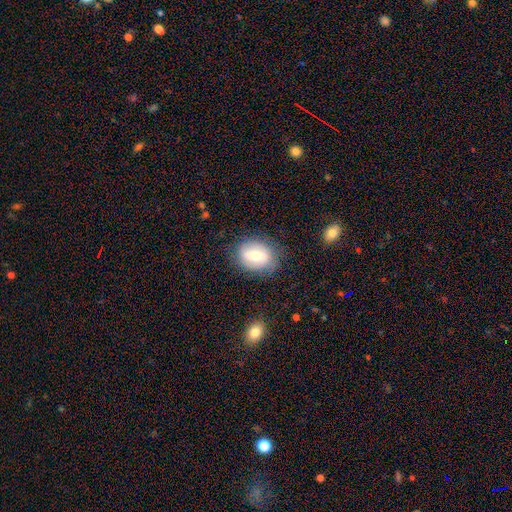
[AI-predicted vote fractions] Morphology: type=smooth (49%); merging=none (78%).